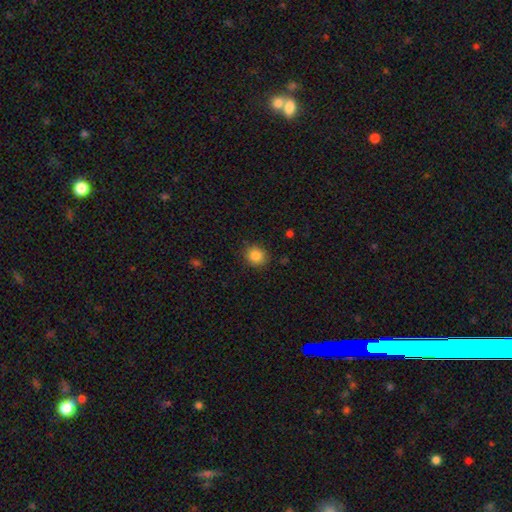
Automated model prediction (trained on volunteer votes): A smooth galaxy with no disk features (84%) that is round (81%). Merging: none (88%).